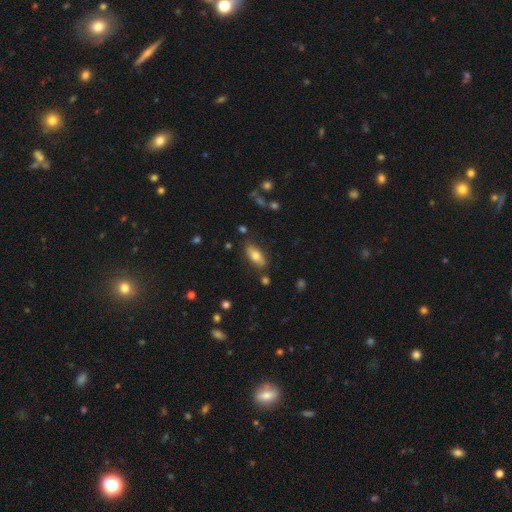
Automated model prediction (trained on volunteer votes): Smooth or featured? smooth (71%)
How rounded? in between (76%)
Merging? none (80%)